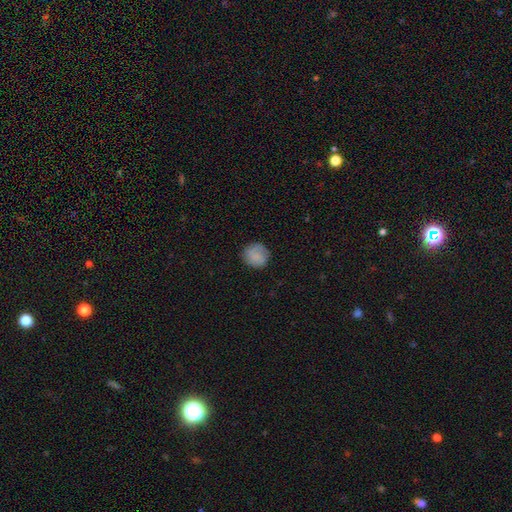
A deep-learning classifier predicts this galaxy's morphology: A smooth galaxy with no disk features (81%) that is round (86%).

Vote fractions:
- Smooth or featured? smooth: 81% / featured or disk: 11% / star or artifact: 8%
- How rounded? round: 86% / in between: 13% / cigar-shaped: 1%
- Merging? none: 79% / minor disturbance: 15% / major disturbance: 4% / merger: 1%